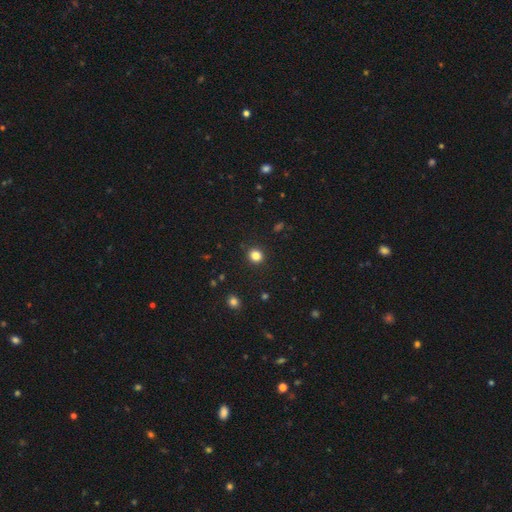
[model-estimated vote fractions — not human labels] smooth 83%, star or artifact 13%, featured or disk 4%. Down the decision tree: how rounded — round (86%); merging — none (91%).